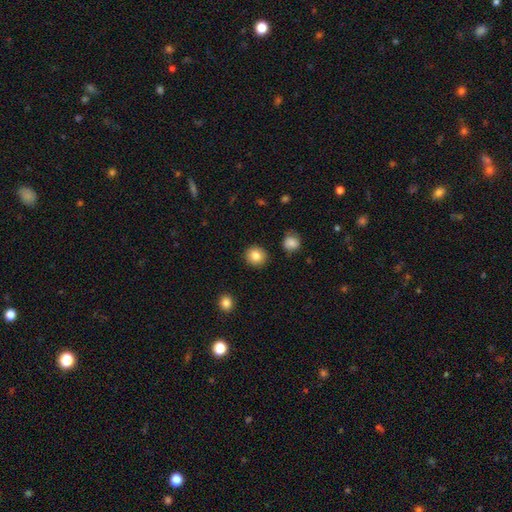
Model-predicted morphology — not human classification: A smooth galaxy with no disk features (85%) that is round (89%). Merging: none (91%).